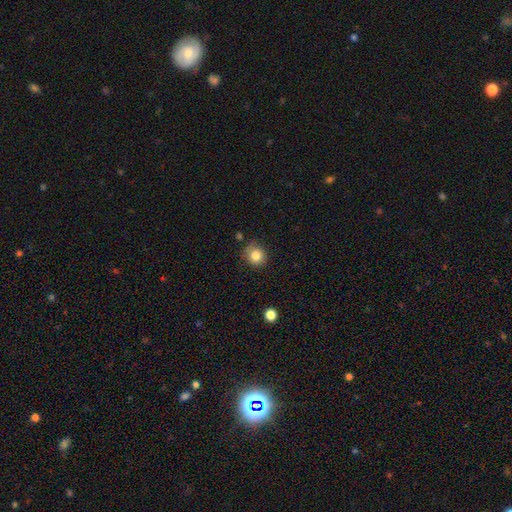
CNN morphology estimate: Smooth or featured: smooth — 83% (star or artifact — 10%)
How rounded: round — 86% (in between — 13%)
Merging: none — 77% (minor disturbance — 17%)